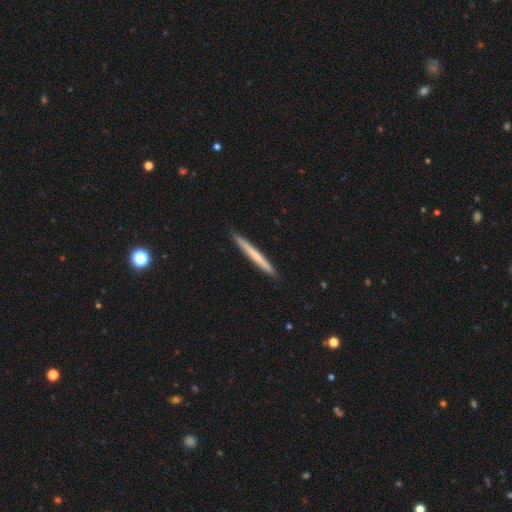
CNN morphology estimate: This is likely a smooth galaxy (61%). How rounded: clearly cigar-shaped (97%). Merging: clearly none (93%).